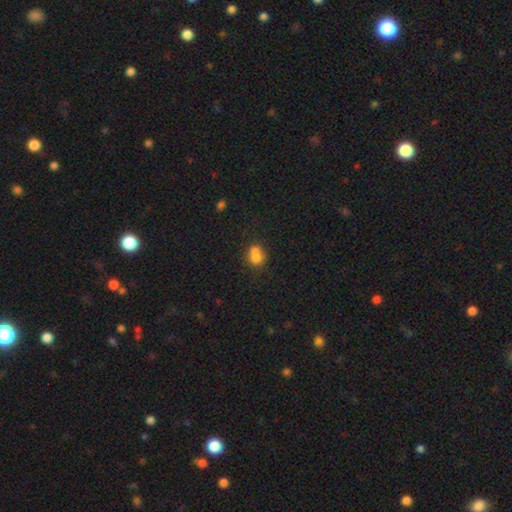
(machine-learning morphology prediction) This appears to be a smooth galaxy with no disk features (72%) that is round (59%). Merging: merger (50%).